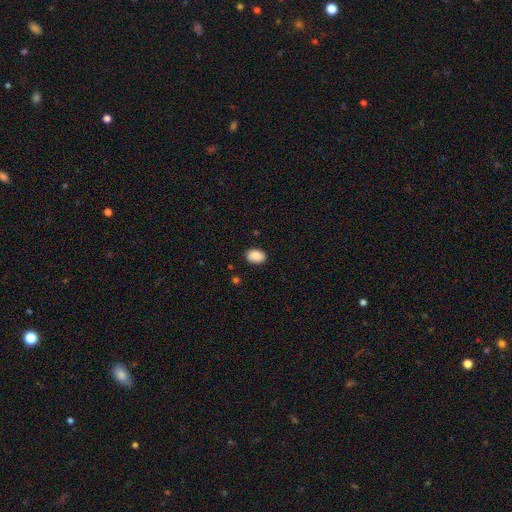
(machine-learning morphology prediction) Q: Smooth or featured?
A: smooth (89%); runner-up: star or artifact (7%)
Q: How rounded?
A: in between (83%); runner-up: round (16%)
Q: Merging?
A: none (87%); runner-up: minor disturbance (10%)